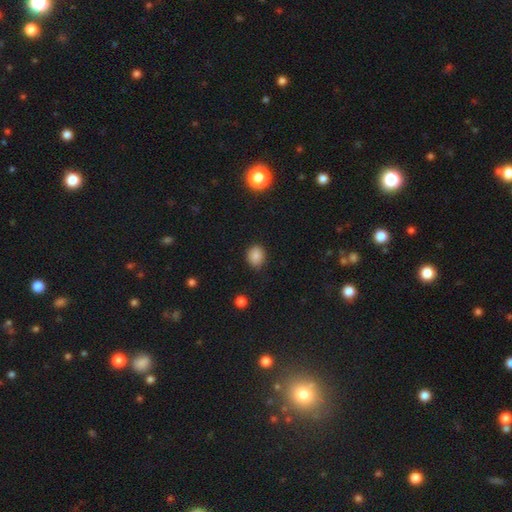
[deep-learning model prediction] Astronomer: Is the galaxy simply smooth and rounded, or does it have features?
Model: smooth — 84%.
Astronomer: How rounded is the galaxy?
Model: round — 64%.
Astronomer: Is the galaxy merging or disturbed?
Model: none — 84%.